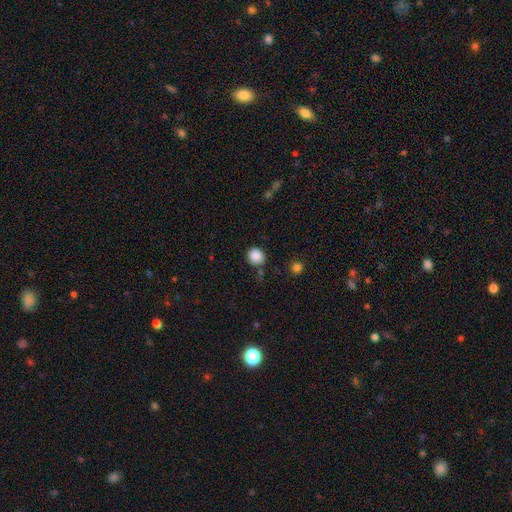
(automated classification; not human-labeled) A smooth galaxy with no disk features (87%) that is round (84%). Merging: none (81%).